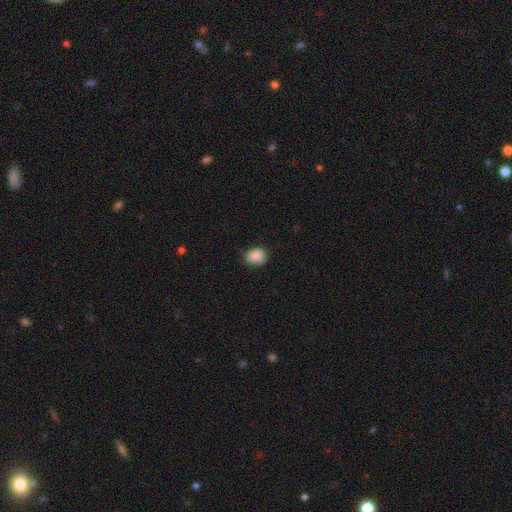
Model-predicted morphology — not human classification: Q: Smooth or featured?
A: smooth (87%); runner-up: star or artifact (9%)
Q: How rounded?
A: round (56%); runner-up: in between (43%)
Q: Merging?
A: none (71%); runner-up: minor disturbance (24%)